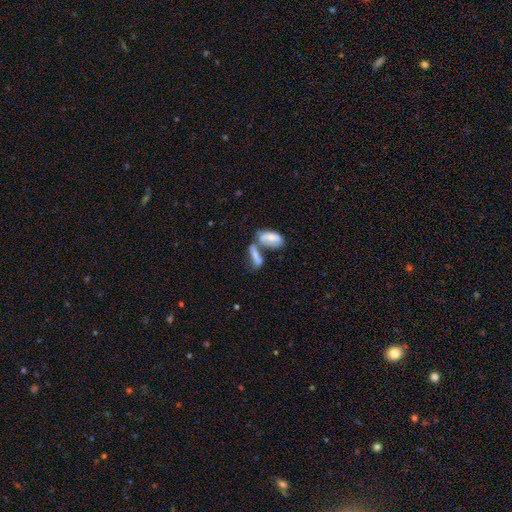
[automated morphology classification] smooth_or_featured: smooth (p=0.60) [alt: featured or disk p=0.30]
how_rounded: in between (p=0.63) [alt: cigar-shaped p=0.34]
merging: merger (p=0.63) [alt: none p=0.20]